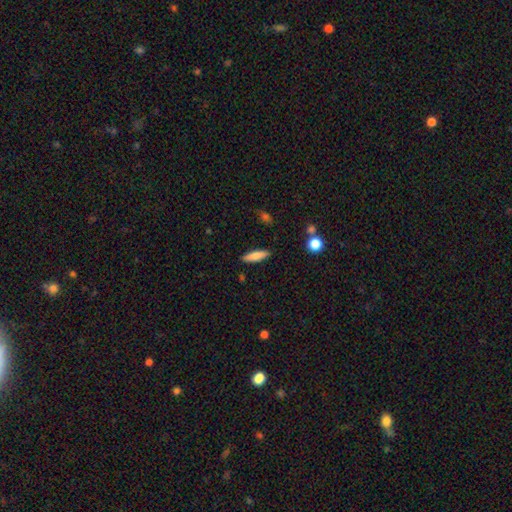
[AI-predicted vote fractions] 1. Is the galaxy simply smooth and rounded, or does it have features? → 80% smooth, 14% featured or disk, 7% star or artifact.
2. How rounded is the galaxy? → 70% cigar-shaped, 28% in between, 2% round.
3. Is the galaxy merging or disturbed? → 88% none, 8% minor disturbance, 2% major disturbance, 2% merger.